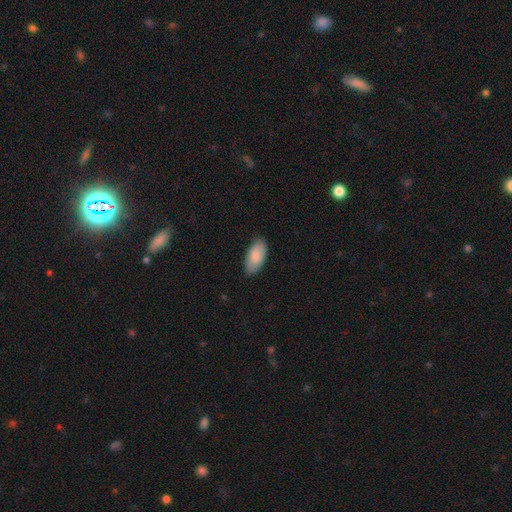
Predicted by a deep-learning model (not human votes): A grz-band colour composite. It shows a smooth galaxy with no disk features (87%) that is in between round and cigar-shaped (93%). Merging: none (86%).